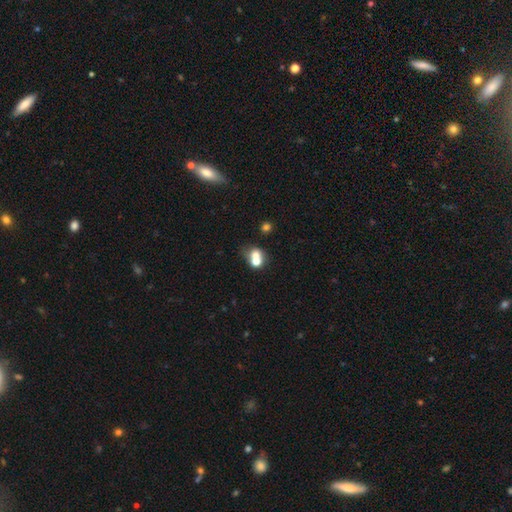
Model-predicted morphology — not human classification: smooth-or-featured: smooth: 66% | featured or disk: 20% | star or artifact: 14%
  how-rounded: round: 64% | in between: 35% | cigar-shaped: 1%
  merging: merger: 59% | none: 28% | minor disturbance: 8% | major disturbance: 5%